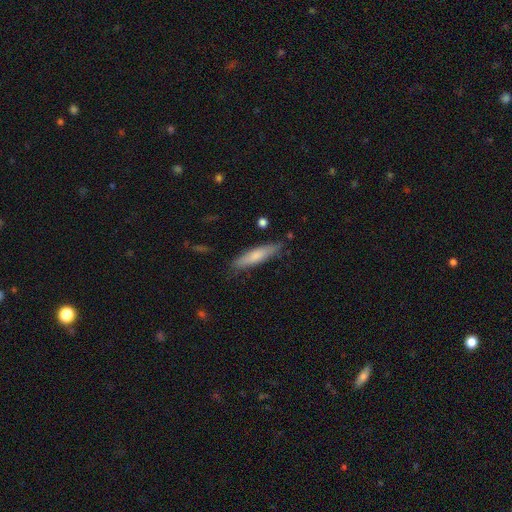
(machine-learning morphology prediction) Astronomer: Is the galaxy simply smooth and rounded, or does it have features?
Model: smooth — 70%.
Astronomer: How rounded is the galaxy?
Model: cigar-shaped — 81%.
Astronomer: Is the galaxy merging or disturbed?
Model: none — 83%.